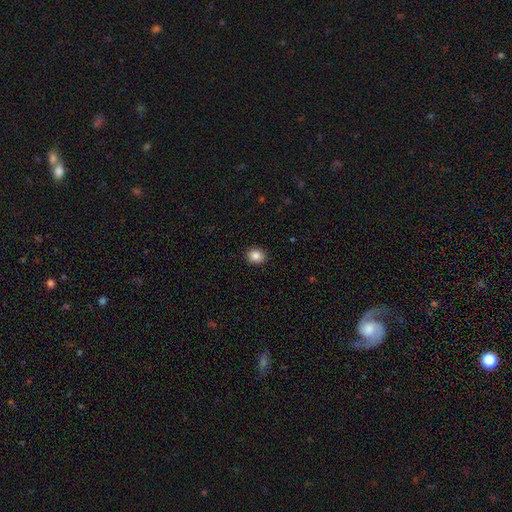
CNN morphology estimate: Q: Smooth or featured?
A: smooth (87%); runner-up: star or artifact (9%)
Q: How rounded?
A: round (63%); runner-up: in between (36%)
Q: Merging?
A: none (91%); runner-up: minor disturbance (6%)